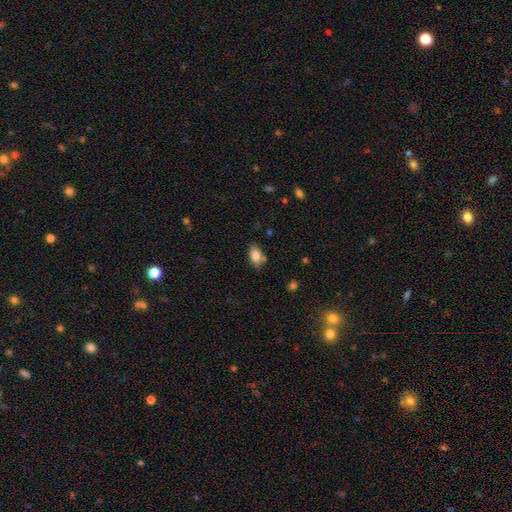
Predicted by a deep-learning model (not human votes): This appears to be a smooth galaxy with no disk features (83%) that is in between round and cigar-shaped (89%). Merging: none (74%).